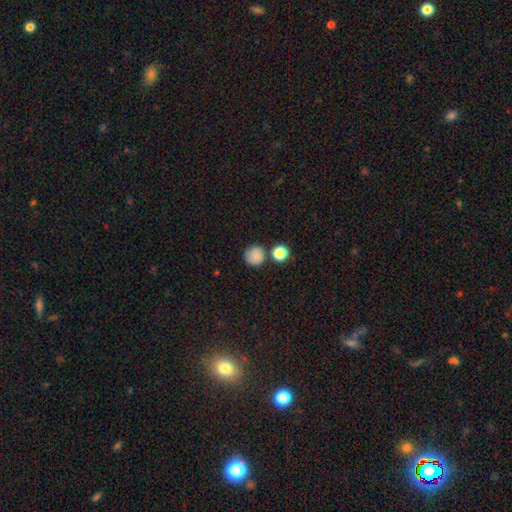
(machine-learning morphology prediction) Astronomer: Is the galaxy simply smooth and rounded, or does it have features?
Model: smooth — 84%.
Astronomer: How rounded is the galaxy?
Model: round — 92%.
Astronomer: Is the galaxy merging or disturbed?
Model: none — 73%.